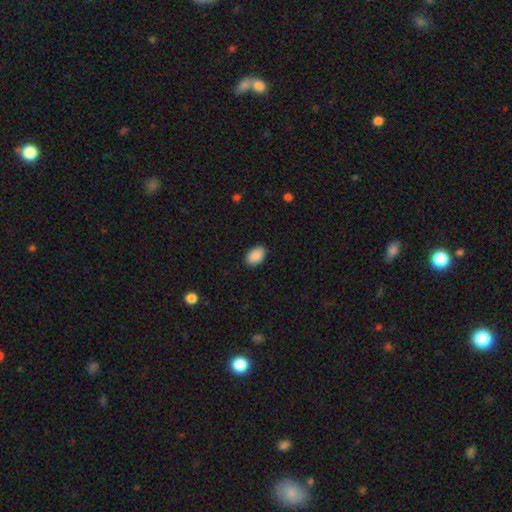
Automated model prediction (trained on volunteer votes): smooth 90%, star or artifact 7%, featured or disk 3%. Down the decision tree: how rounded — in between (89%); merging — none (89%).